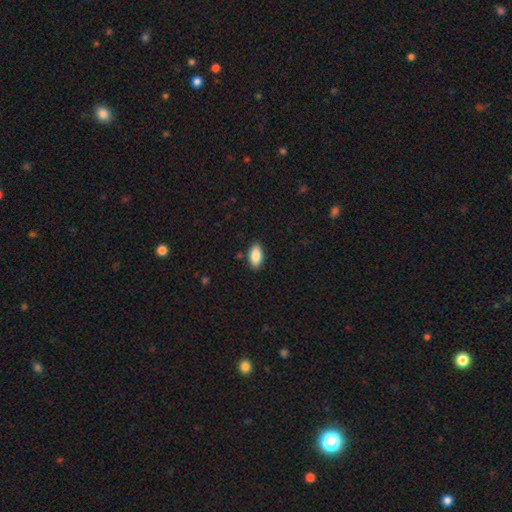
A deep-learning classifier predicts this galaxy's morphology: Smooth or featured: smooth — 86% (featured or disk — 7%)
How rounded: in between — 93% (cigar-shaped — 4%)
Merging: none — 88% (minor disturbance — 9%)